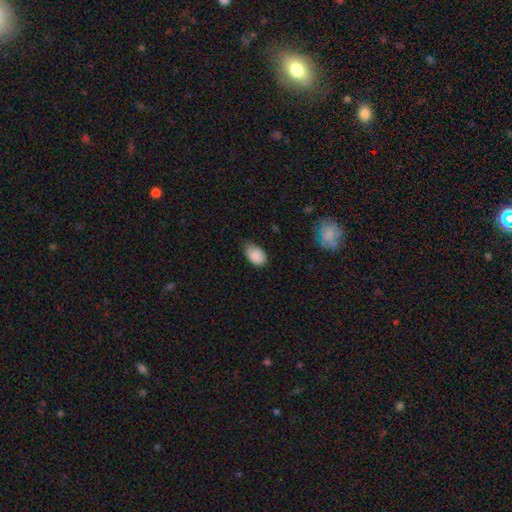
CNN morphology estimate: A smooth galaxy with no disk features (87%) that is in between round and cigar-shaped (88%). Merging: none (56%).